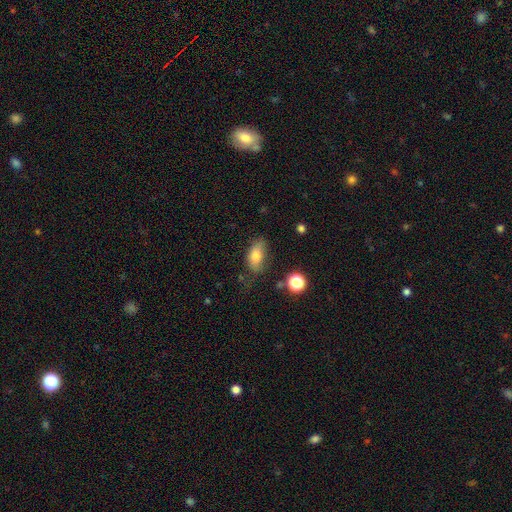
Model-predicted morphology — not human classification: This is likely a smooth galaxy (78%). How rounded: clearly in between (88%). Merging: likely none (64%).